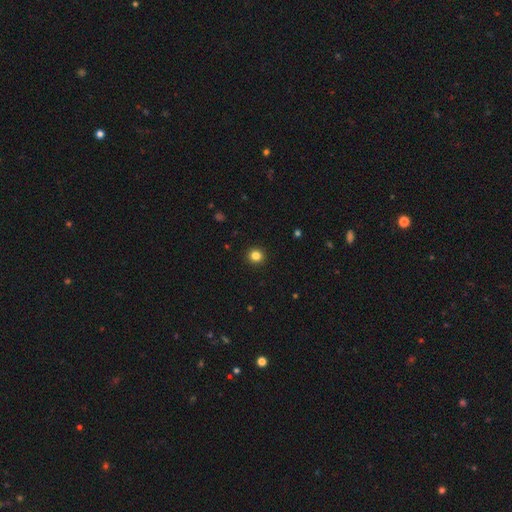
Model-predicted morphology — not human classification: Smooth or featured?
  - smooth: 83% *
  - star or artifact: 12%
  - featured or disk: 5%
How rounded?
  - round: 94% *
  - in between: 5%
  - cigar-shaped: 1%
Merging?
  - none: 93% *
  - minor disturbance: 4%
  - major disturbance: 1%
  - merger: 1%